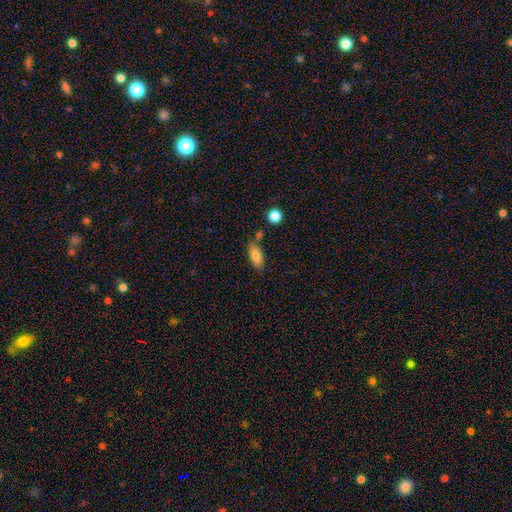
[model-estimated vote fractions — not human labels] Q: Smooth or featured?
A: smooth (79%); runner-up: featured or disk (13%)
Q: How rounded?
A: in between (83%); runner-up: cigar-shaped (13%)
Q: Merging?
A: none (70%); runner-up: minor disturbance (17%)